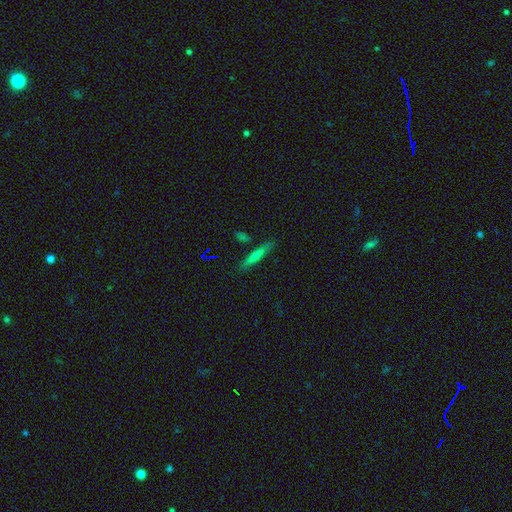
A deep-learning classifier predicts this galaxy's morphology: Smooth or featured? smooth (66%)
How rounded? cigar-shaped (90%)
Merging? none (83%)